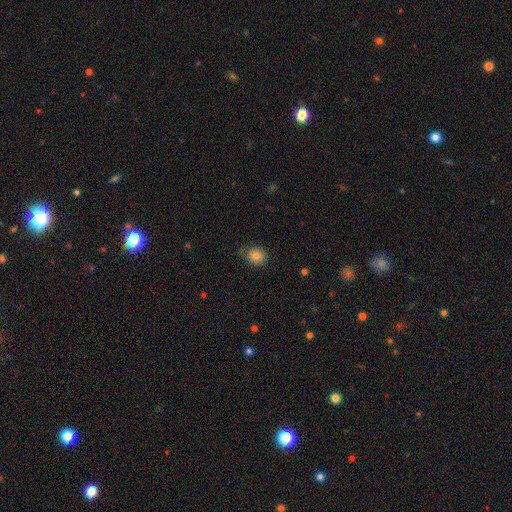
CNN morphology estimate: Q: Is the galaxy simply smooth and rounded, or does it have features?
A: smooth — 82%.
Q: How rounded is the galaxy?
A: round — 74%.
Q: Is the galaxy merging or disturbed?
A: none — 75%.